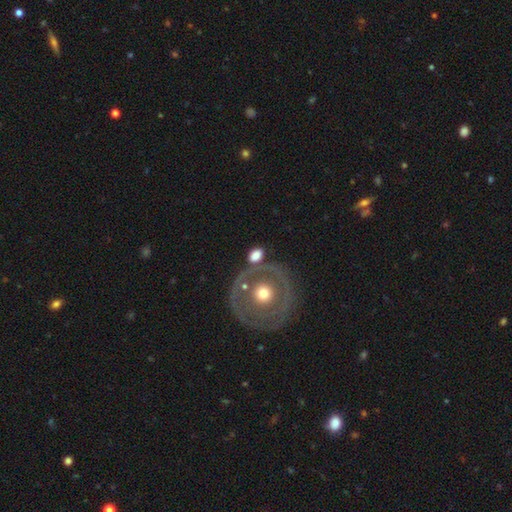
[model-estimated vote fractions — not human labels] Morphology: type=smooth (58%); roundness=round (57%); merging=none (63%).